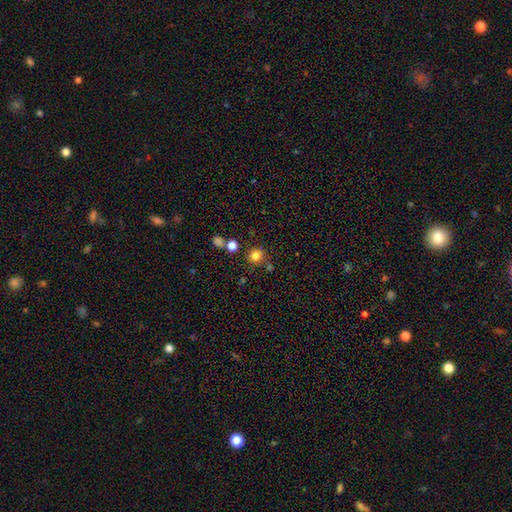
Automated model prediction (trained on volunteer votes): A smooth galaxy with no disk features (81%) that is round (93%). Merging: none (80%).